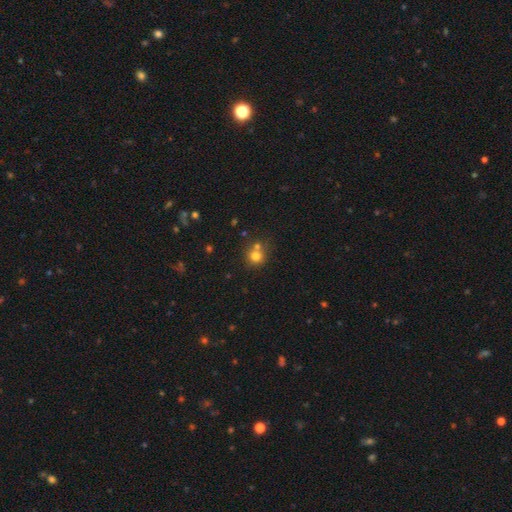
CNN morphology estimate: Smooth or featured: smooth — 76% (star or artifact — 14%)
How rounded: round — 87% (in between — 12%)
Merging: none — 53% (merger — 34%)